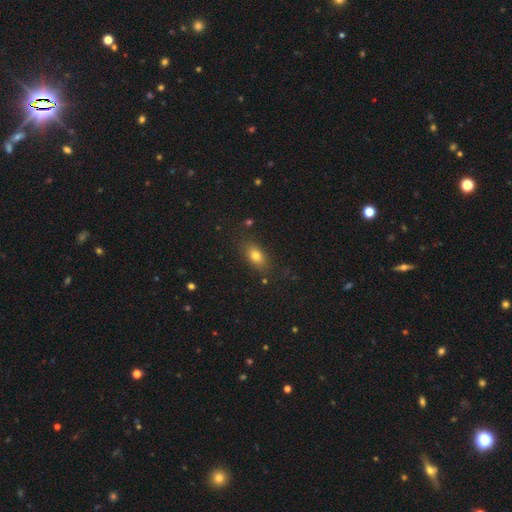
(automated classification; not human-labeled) This is likely a smooth galaxy (78%). How rounded: clearly in between (81%). Merging: clearly none (81%).